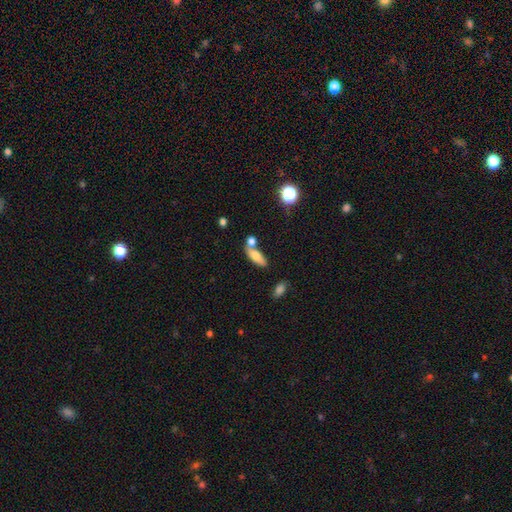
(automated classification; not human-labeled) This is likely a smooth galaxy (73%). How rounded: likely in between (67%). Merging: possibly none (52%).